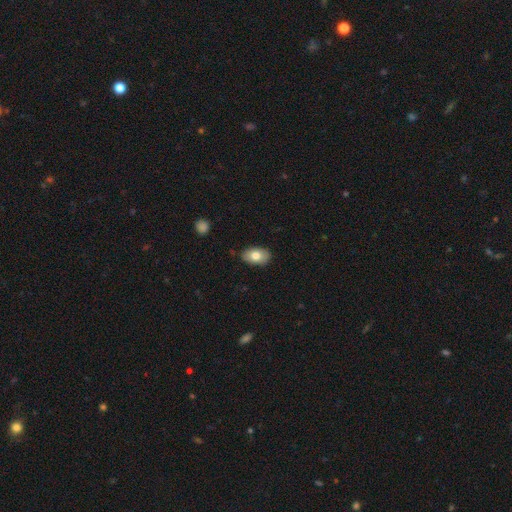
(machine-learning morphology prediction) Overall: smooth (77%). How rounded: in between (91%). Merging: none (86%).